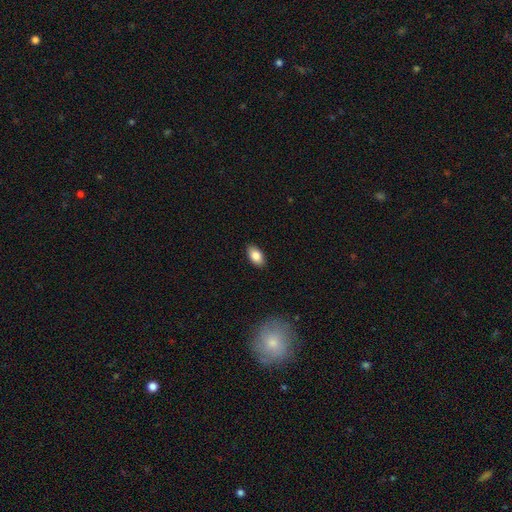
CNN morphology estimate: Smooth or featured? smooth (85%)
How rounded? in between (93%)
Merging? none (89%)